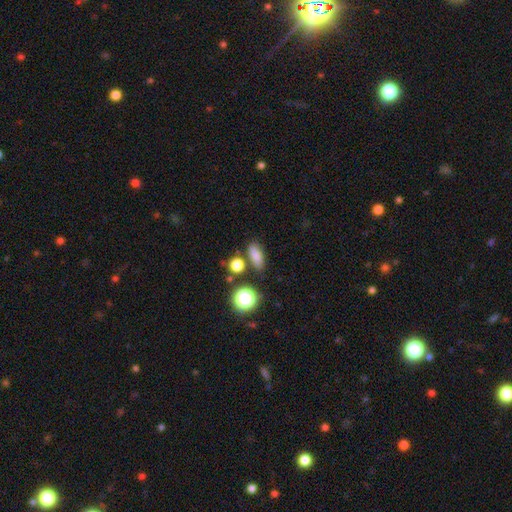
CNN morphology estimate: Smooth or featured? Predicted: smooth (p=0.78). How rounded? Predicted: in between (p=0.66). Merging? Predicted: none (p=0.74).